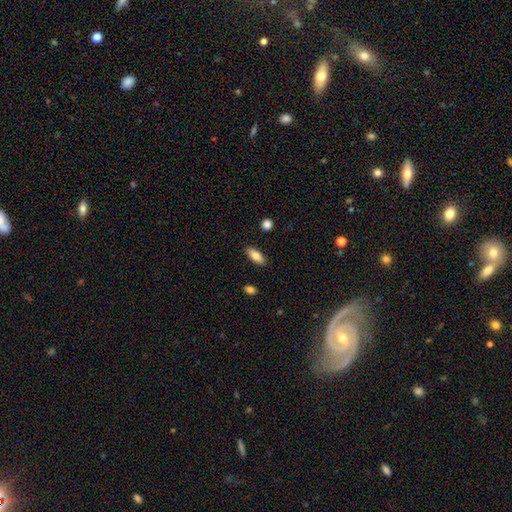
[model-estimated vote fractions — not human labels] smooth-or-featured: smooth: 83% | featured or disk: 10% | star or artifact: 7%
  how-rounded: in between: 80% | cigar-shaped: 18% | round: 2%
  merging: none: 88% | minor disturbance: 9% | major disturbance: 2% | merger: 2%